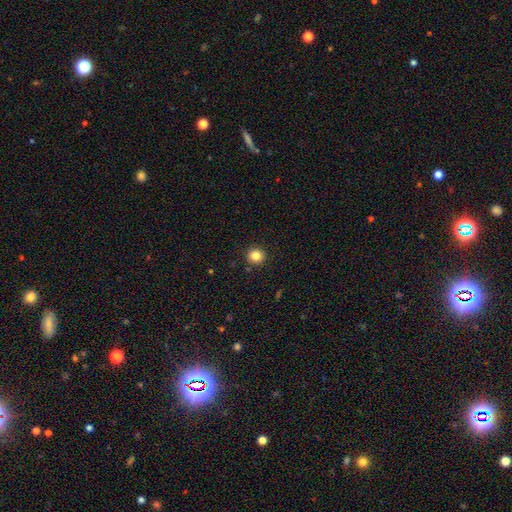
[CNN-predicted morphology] type=smooth (84%); roundness=round (93%); merging=none (92%).